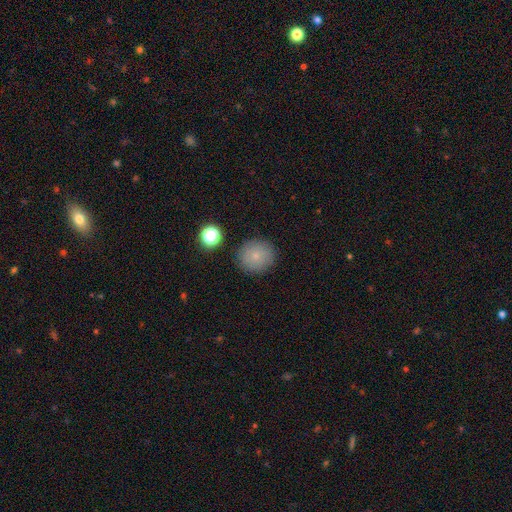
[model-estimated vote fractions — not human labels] A smooth galaxy with no disk features (80%) that is round (90%). Merging: none (88%).